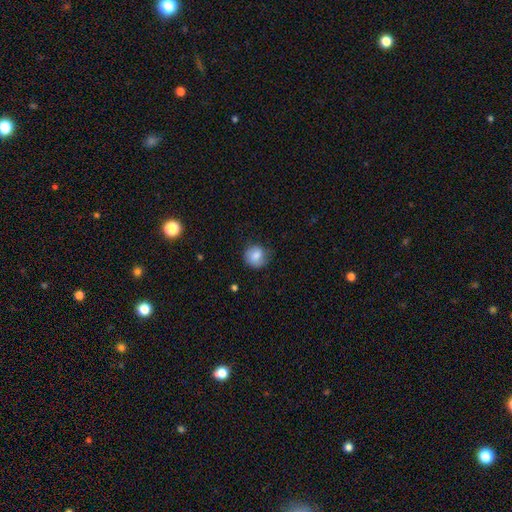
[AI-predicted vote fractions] This is clearly a smooth galaxy (80%). How rounded: clearly round (84%). Merging: likely none (68%).